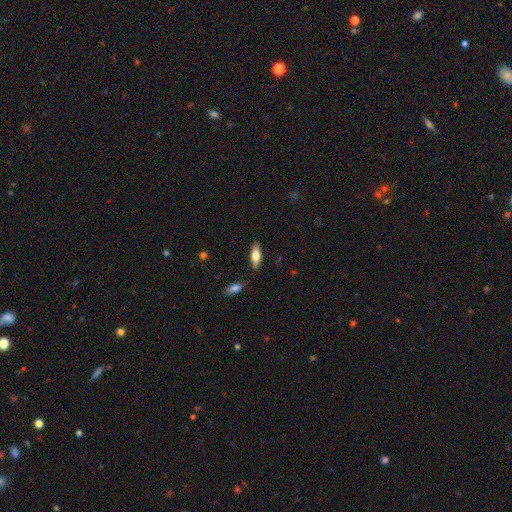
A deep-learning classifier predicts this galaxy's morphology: Smooth or featured? smooth (60%)
How rounded? in between (57%)
Merging? none (86%)